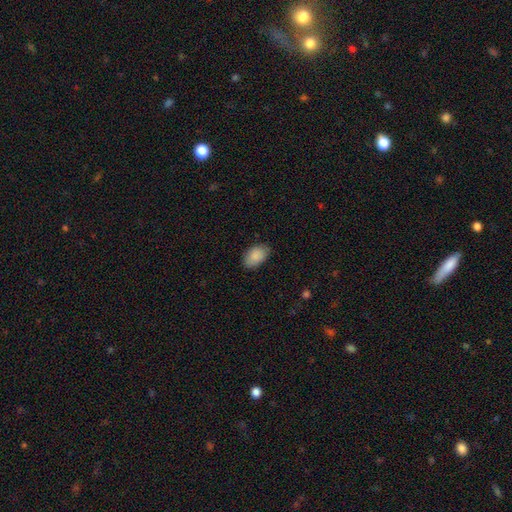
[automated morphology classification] Q: Smooth or featured?
A: smooth (88%); runner-up: star or artifact (6%)
Q: How rounded?
A: in between (91%); runner-up: round (8%)
Q: Merging?
A: none (78%); runner-up: minor disturbance (17%)